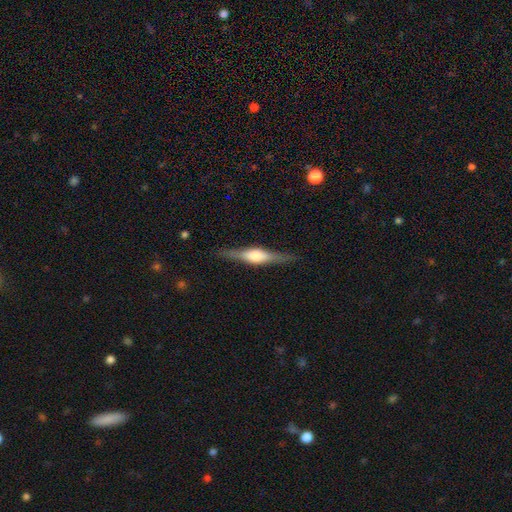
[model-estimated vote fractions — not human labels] A featured or disk galaxy (69%) viewed edge-on (97%) with a rounded central bulge (77%). Merging: none (86%).